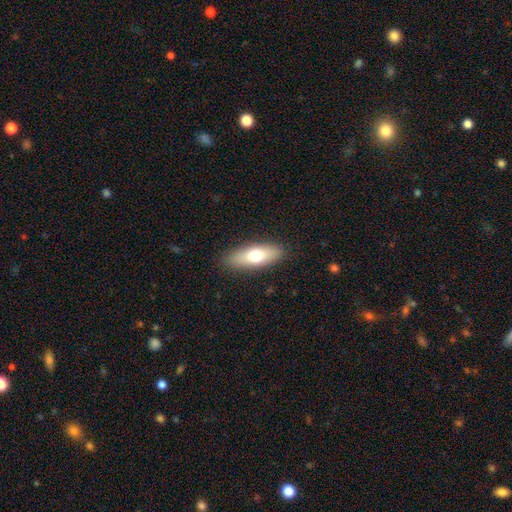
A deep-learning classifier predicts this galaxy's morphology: Smooth or featured? Predicted: smooth (p=0.68). How rounded? Predicted: in between (p=0.63). Merging? Predicted: none (p=0.87).